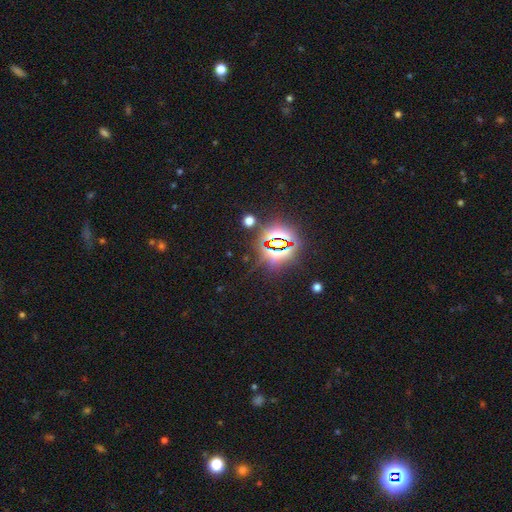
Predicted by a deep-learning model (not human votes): Morphology: type=star or artifact (83%).